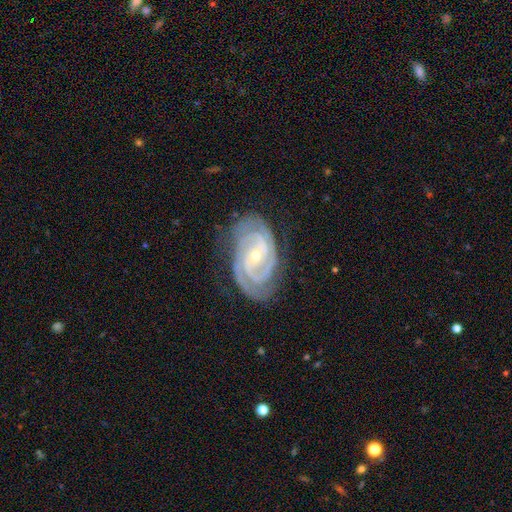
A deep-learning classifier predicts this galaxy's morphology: This appears to be a featured or disk galaxy (92%) with no bar (43%), 2 (46%) tight (75%) spiral arms (99%) and a small central bulge (72%). Merging: none (78%).